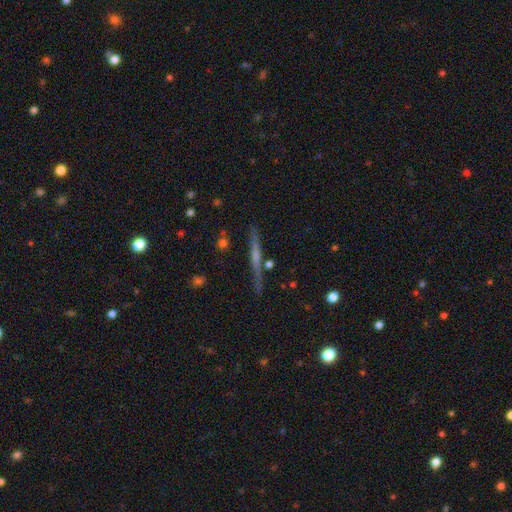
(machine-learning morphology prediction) Smooth or featured? featured or disk (67%)
Edge-on disk? yes (97%)
Edge-on bulge? none (48%)
Merging? none (86%)